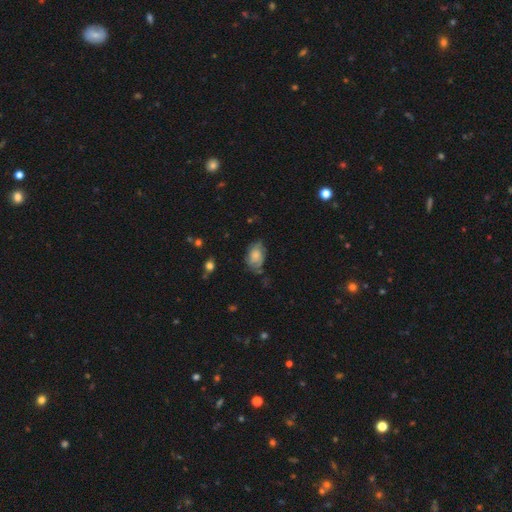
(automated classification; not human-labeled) Smooth or featured? Predicted: smooth (p=0.47). Merging? Predicted: none (p=0.53).